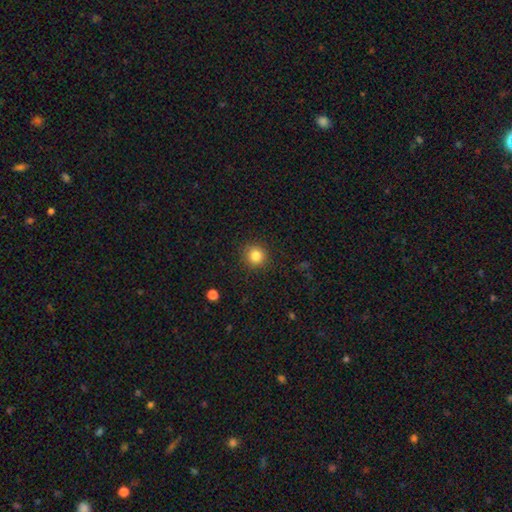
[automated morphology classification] Smooth or featured?
  - smooth: 84% *
  - star or artifact: 11%
  - featured or disk: 5%
How rounded?
  - round: 92% *
  - in between: 8%
  - cigar-shaped: 1%
Merging?
  - none: 90% *
  - minor disturbance: 7%
  - major disturbance: 2%
  - merger: 1%